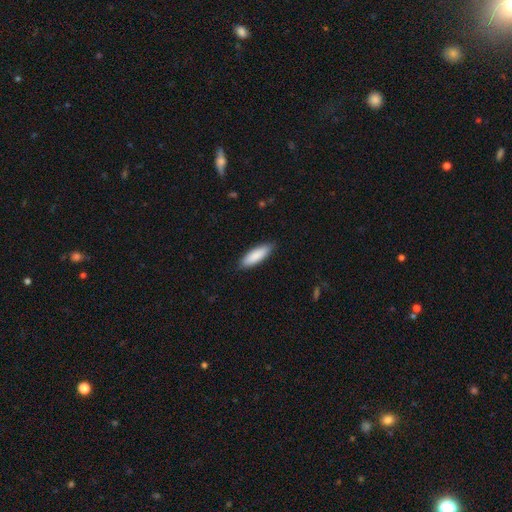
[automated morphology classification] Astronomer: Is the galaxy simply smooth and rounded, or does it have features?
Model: smooth — 88%.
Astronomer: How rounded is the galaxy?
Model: in between — 54% (runner-up: cigar-shaped, 45%).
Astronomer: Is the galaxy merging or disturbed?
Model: none — 88%.